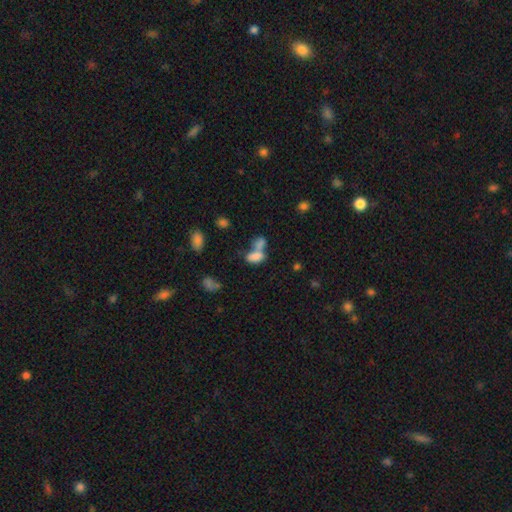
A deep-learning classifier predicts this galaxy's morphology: This appears to be a smooth galaxy with no disk features (75%) that is in between round and cigar-shaped (87%). Merging: merger (61%).